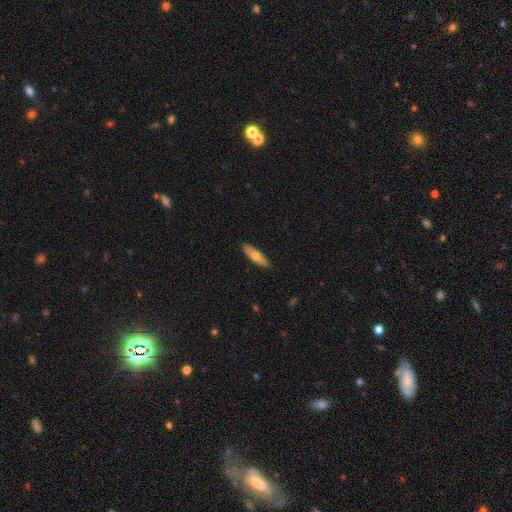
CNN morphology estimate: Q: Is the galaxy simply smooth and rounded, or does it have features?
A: smooth — 58%.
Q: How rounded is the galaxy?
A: cigar-shaped — 64%.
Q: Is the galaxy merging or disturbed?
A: none — 89%.